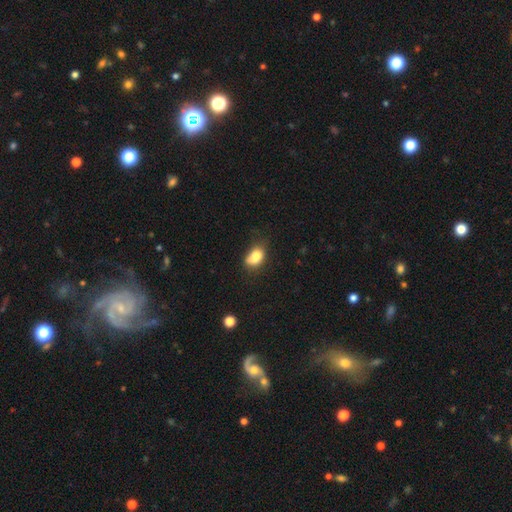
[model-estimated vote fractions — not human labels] A smooth galaxy with no disk features (81%) that is in between round and cigar-shaped (81%). Merging: none (46%).